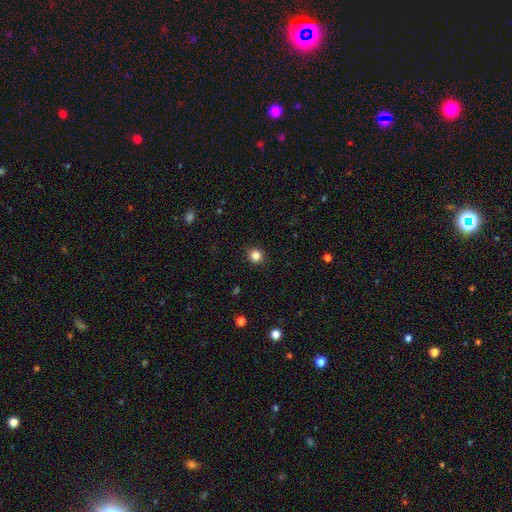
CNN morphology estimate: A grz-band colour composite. It shows a smooth galaxy with no disk features (84%) that is round (92%). Merging: none (90%).